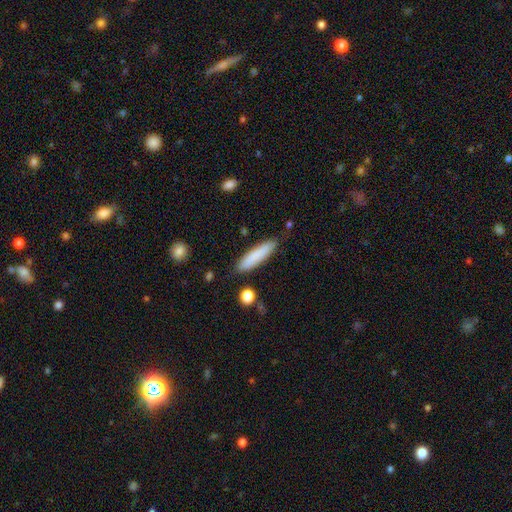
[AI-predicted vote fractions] smooth 82%, featured or disk 12%, star or artifact 6%. Down the decision tree: how rounded — cigar-shaped (82%); merging — none (85%).